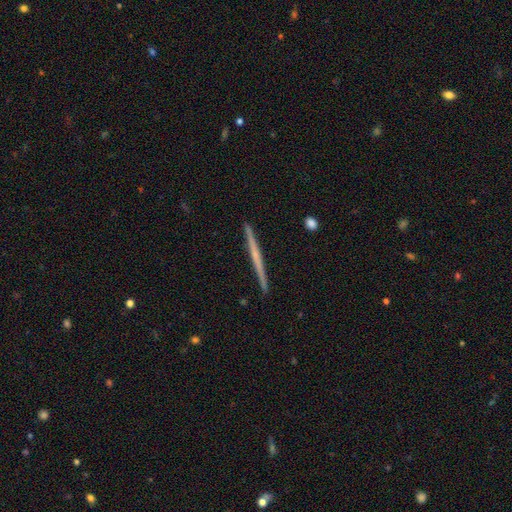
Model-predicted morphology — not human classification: This is likely a featured or disk galaxy (63%). It is clearly viewed edge-on (98%). Edge-on bulge: likely none (76%). Merging: clearly none (93%).